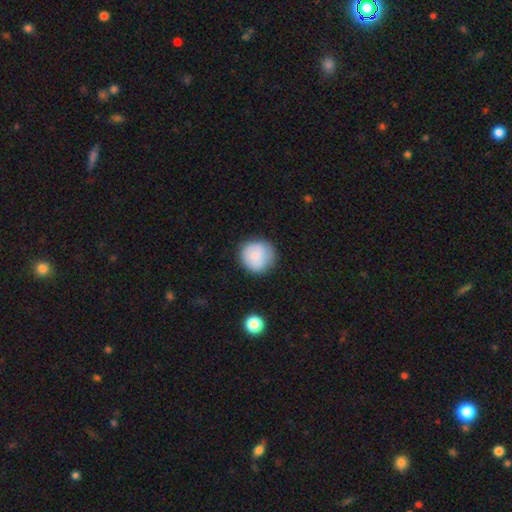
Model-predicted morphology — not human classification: Overall: smooth (80%). How rounded: round (92%). Merging: none (79%).